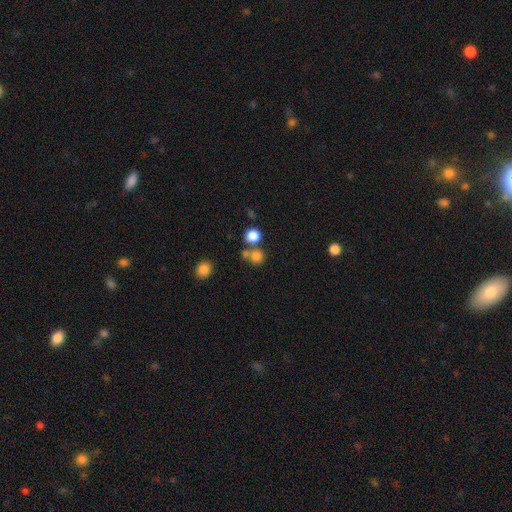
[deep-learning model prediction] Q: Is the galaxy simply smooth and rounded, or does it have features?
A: smooth — 80%.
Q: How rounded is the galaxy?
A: round — 87%.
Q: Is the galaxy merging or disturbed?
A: none — 57%.